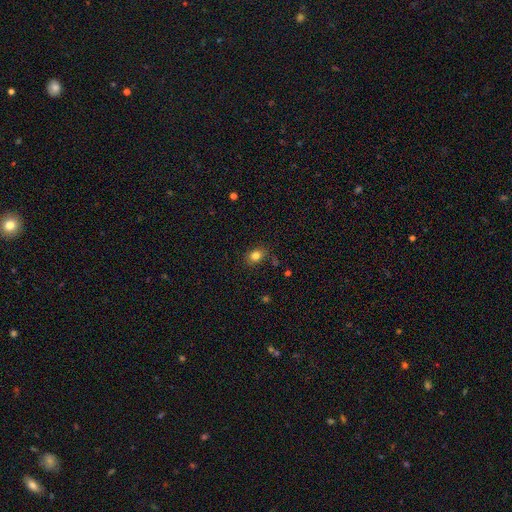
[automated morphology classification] smooth 81%, star or artifact 12%, featured or disk 7%. Down the decision tree: how rounded — in between (58%); merging — none (81%).